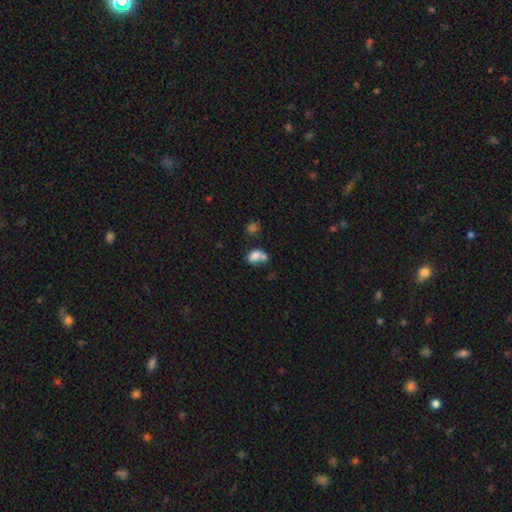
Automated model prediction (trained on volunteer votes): Morphology: type=smooth (75%); roundness=in between (76%); merging=merger (52%).